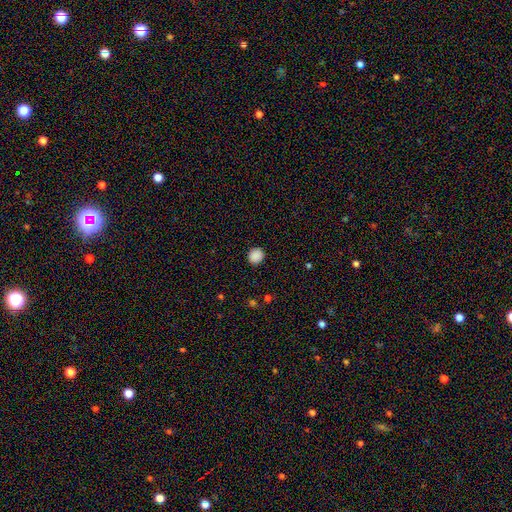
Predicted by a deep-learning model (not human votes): The model was most divided on "how rounded": round: 86%, in between: 13%, cigar-shaped: 1%. More confident: merging — none (91%); smooth or featured — smooth (89%).